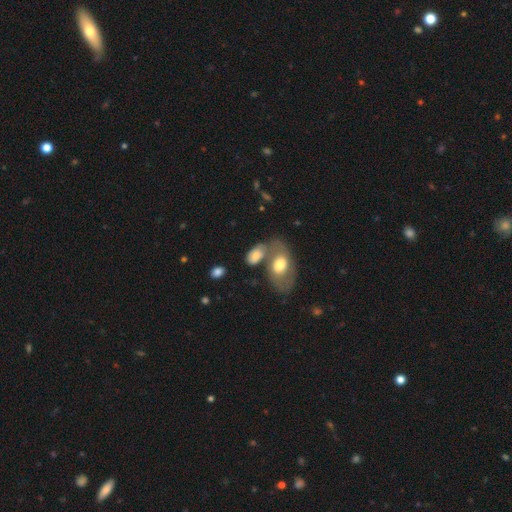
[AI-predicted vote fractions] This is likely a smooth galaxy (67%). How rounded: clearly in between (90%). Merging: marginally merger (44%).